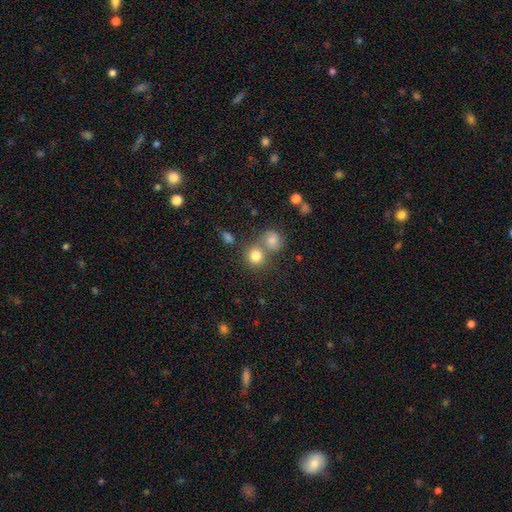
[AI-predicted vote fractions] smooth-or-featured: smooth: 80% | star or artifact: 11% | featured or disk: 9%
  how-rounded: round: 83% | in between: 16% | cigar-shaped: 1%
  merging: none: 50% | merger: 38% | minor disturbance: 8% | major disturbance: 4%